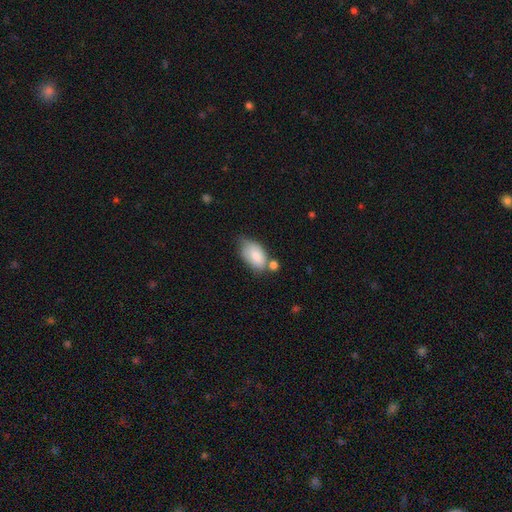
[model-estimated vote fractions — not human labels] Smooth or featured? Predicted: smooth (p=0.83). How rounded? Predicted: in between (p=0.93). Merging? Predicted: none (p=0.41).